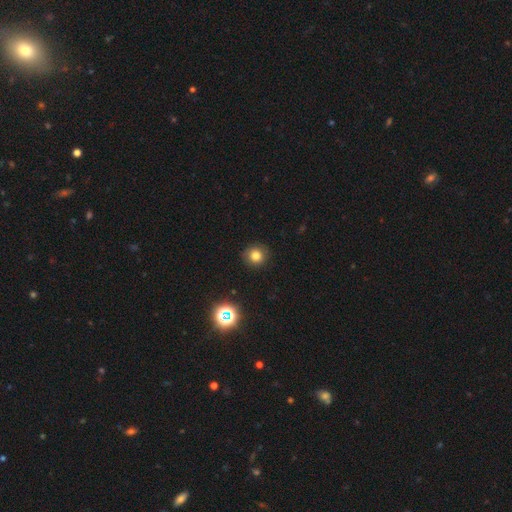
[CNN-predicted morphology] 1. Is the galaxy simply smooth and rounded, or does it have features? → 78% smooth, 15% star or artifact, 7% featured or disk.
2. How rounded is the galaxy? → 91% round, 8% in between, 1% cigar-shaped.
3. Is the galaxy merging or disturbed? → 89% none, 8% minor disturbance, 2% major disturbance, 1% merger.